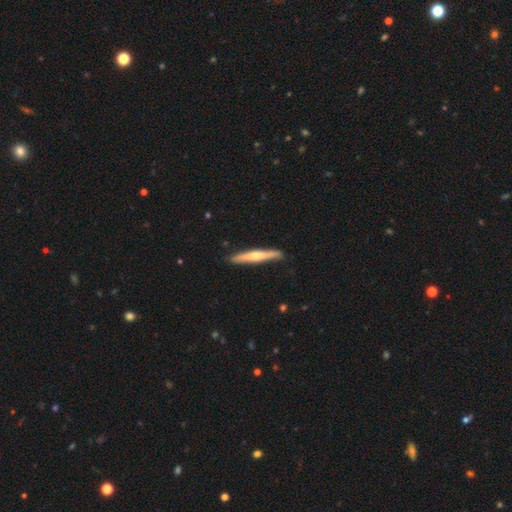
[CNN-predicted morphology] A featured or disk galaxy (49%).

Vote fractions:
- Smooth or featured? featured or disk: 49% / smooth: 47% / star or artifact: 5%
- Merging? none: 89% / minor disturbance: 8% / major disturbance: 1% / merger: 1%